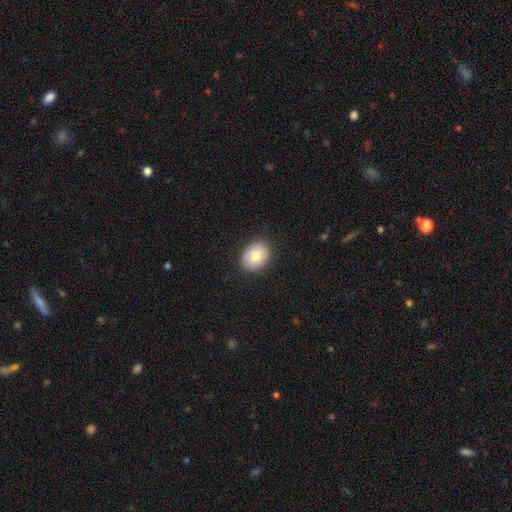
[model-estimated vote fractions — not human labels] This appears to be a smooth galaxy with no disk features (81%) that is in between round and cigar-shaped (60%). Merging: none (89%).